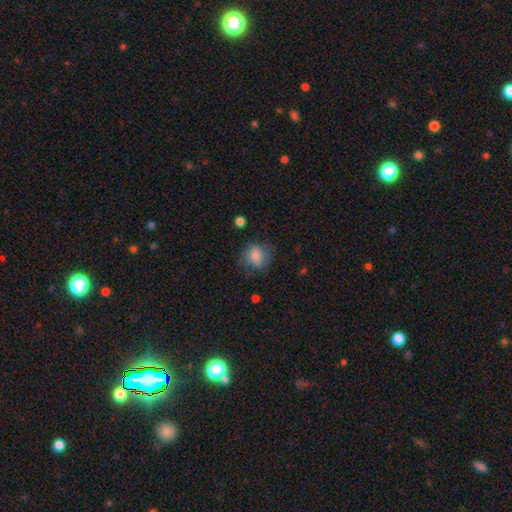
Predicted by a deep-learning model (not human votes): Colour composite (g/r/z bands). It shows a smooth galaxy with no disk features (81%) that is round (64%). Merging: none (66%).